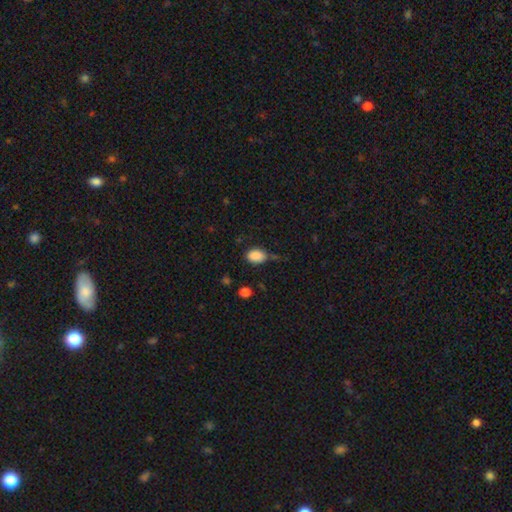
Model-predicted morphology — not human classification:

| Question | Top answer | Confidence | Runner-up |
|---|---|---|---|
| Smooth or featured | smooth | 88% | star or artifact (8%) |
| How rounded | in between | 80% | round (19%) |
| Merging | none | 61% | minor disturbance (27%) |